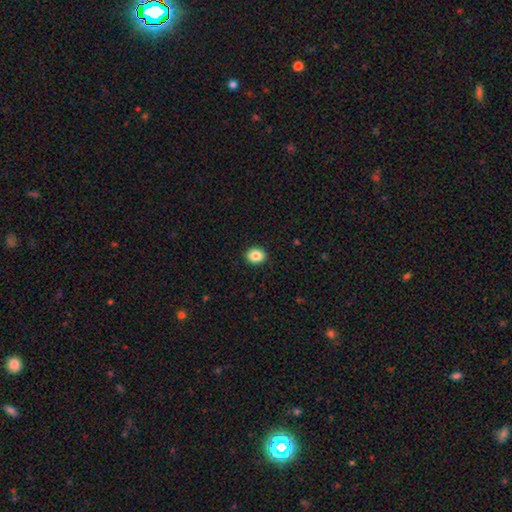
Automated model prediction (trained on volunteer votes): Smooth or featured? smooth (86%)
How rounded? round (54%)
Merging? none (92%)